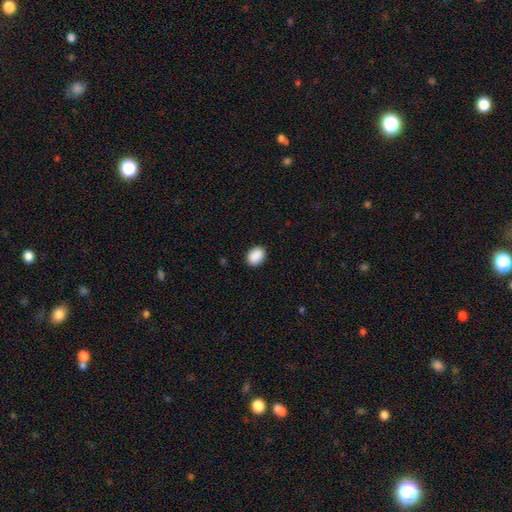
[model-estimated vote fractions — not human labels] Smooth or featured: smooth — 90% (star or artifact — 7%)
How rounded: in between — 69% (round — 30%)
Merging: none — 89% (minor disturbance — 8%)